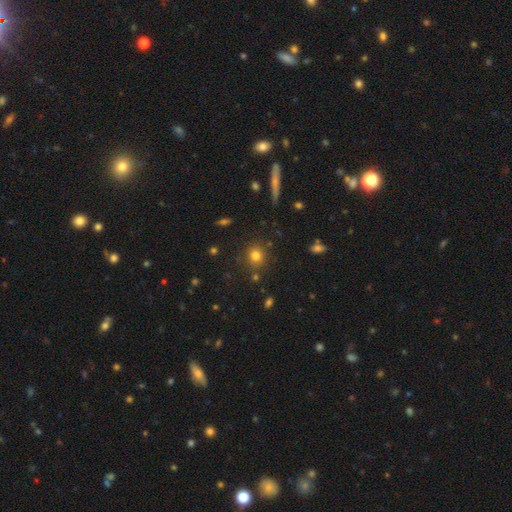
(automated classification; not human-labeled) Q: Smooth or featured?
A: smooth (77%); runner-up: star or artifact (16%)
Q: How rounded?
A: round (85%); runner-up: in between (14%)
Q: Merging?
A: none (85%); runner-up: minor disturbance (9%)